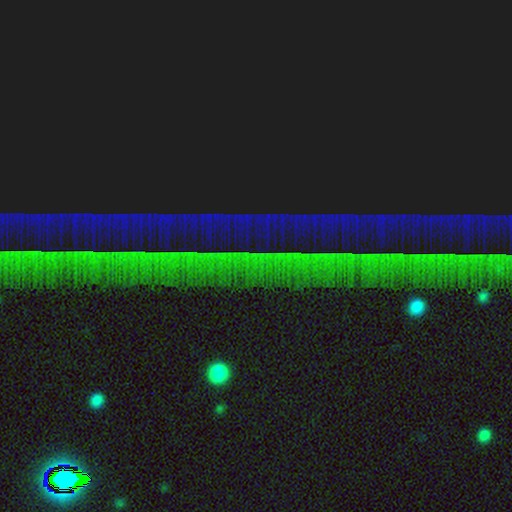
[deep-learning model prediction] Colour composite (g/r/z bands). It shows a star or artifact, not a galaxy (88%).